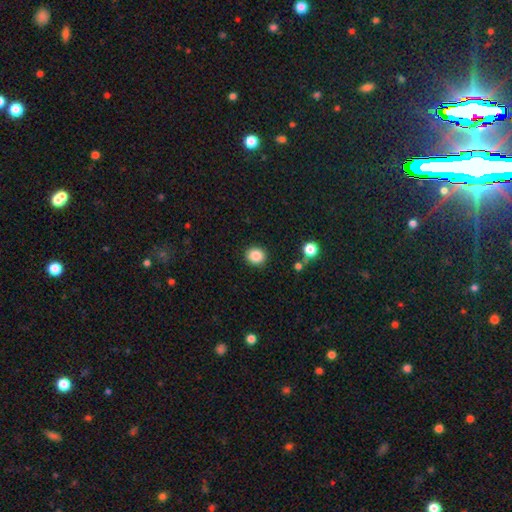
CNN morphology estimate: The model was most divided on "how rounded": round: 83%, in between: 16%, cigar-shaped: 1%. More confident: merging — none (90%); smooth or featured — smooth (86%).